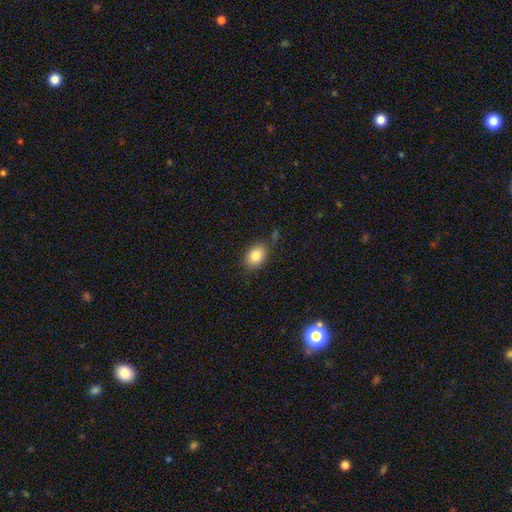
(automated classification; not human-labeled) The model was most divided on "how rounded": in between: 70%, round: 29%, cigar-shaped: 1%. More confident: smooth or featured — smooth (84%); merging — none (73%).